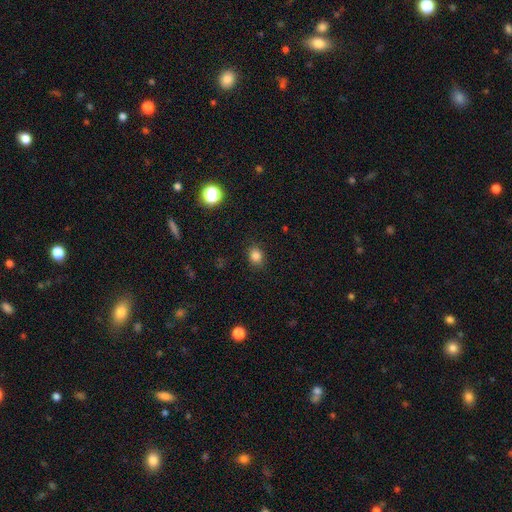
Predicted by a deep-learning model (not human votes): Smooth or featured? Predicted: smooth (p=0.83). How rounded? Predicted: round (p=0.58). Merging? Predicted: none (p=0.85).